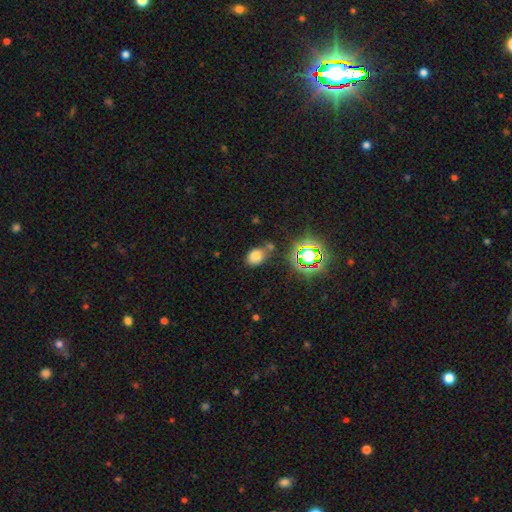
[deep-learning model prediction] The model was most divided on "merging": none: 60%, minor disturbance: 20%, merger: 14%, major disturbance: 6%. More confident: smooth or featured — smooth (71%); how rounded — in between (71%).